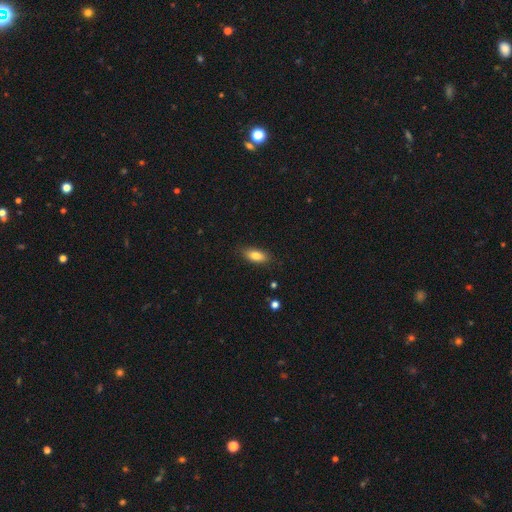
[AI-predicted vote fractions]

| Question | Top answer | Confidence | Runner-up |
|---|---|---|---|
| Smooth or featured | smooth | 82% | featured or disk (10%) |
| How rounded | in between | 82% | cigar-shaped (15%) |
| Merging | none | 83% | minor disturbance (13%) |